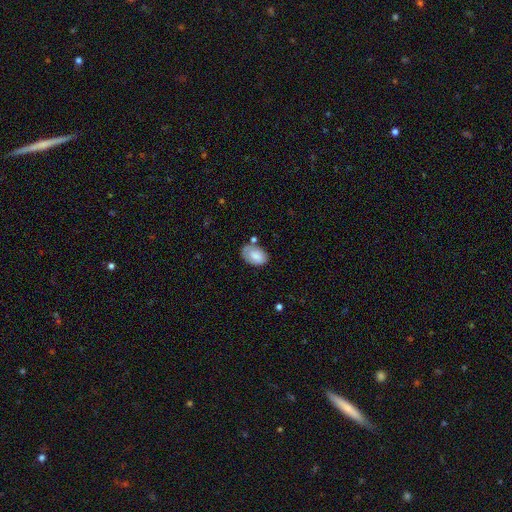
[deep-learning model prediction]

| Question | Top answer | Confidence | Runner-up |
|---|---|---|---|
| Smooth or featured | smooth | 79% | featured or disk (14%) |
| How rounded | in between | 89% | round (10%) |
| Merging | none | 62% | minor disturbance (23%) |